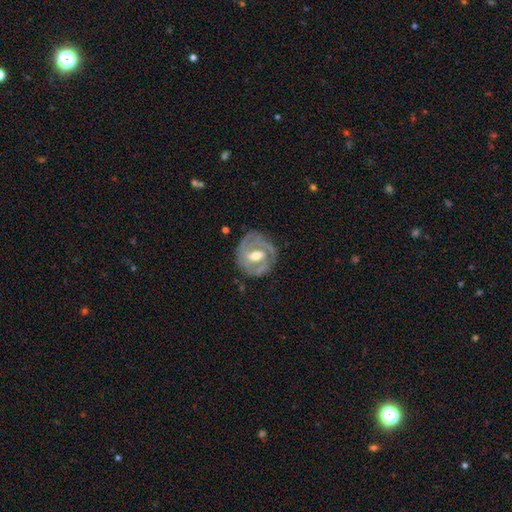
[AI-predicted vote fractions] smooth_or_featured: featured or disk (p=0.85) [alt: smooth p=0.10]
disk_edge_on: no (p=0.97) [alt: yes p=0.03]
bar: weak (p=0.49) [alt: strong p=0.28]
has_spiral_arms: yes (p=0.91) [alt: no p=0.09]
spiral_winding: tight (p=0.61) [alt: medium p=0.32]
spiral_arm_count: 2 (p=0.59) [alt: can't tell p=0.15]
bulge_size: moderate (p=0.74) [alt: small p=0.14]
merging: none (p=0.75) [alt: minor disturbance p=0.17]